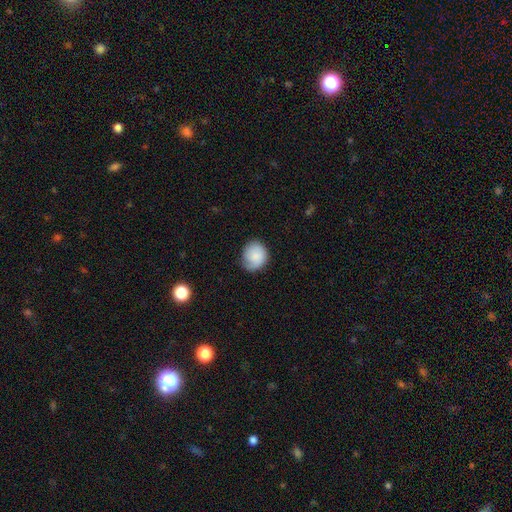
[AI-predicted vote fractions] smooth-or-featured: smooth: 74% | featured or disk: 19% | star or artifact: 7%
  how-rounded: round: 70% | in between: 29% | cigar-shaped: 1%
  merging: none: 65% | minor disturbance: 26% | major disturbance: 7% | merger: 1%